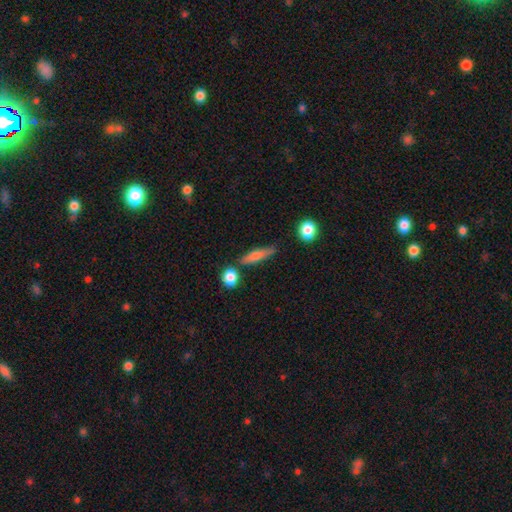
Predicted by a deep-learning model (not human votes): Smooth or featured: smooth — 61% (featured or disk — 31%)
How rounded: cigar-shaped — 74% (in between — 21%)
Merging: none — 76% (minor disturbance — 14%)